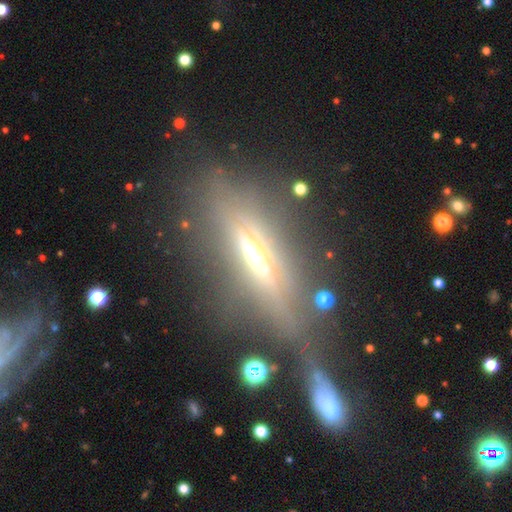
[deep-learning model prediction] The model was most divided on "merging": none: 66%, minor disturbance: 17%, major disturbance: 14%, merger: 4%. More confident: edge-on disk — yes (88%); edge-on bulge — rounded (76%); smooth or featured — featured or disk (75%).